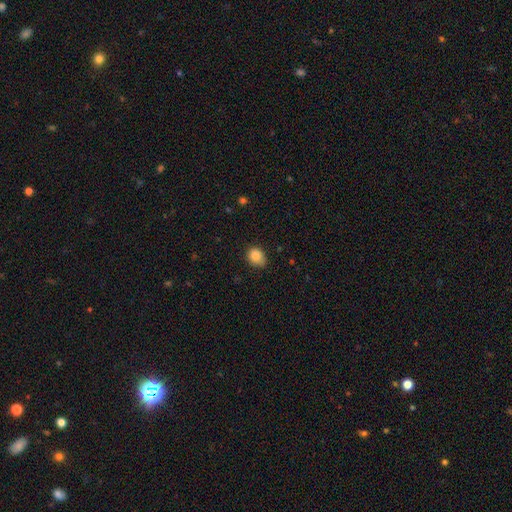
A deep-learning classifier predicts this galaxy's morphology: This is clearly a smooth galaxy (84%). How rounded: possibly round (55%). Merging: likely none (70%).